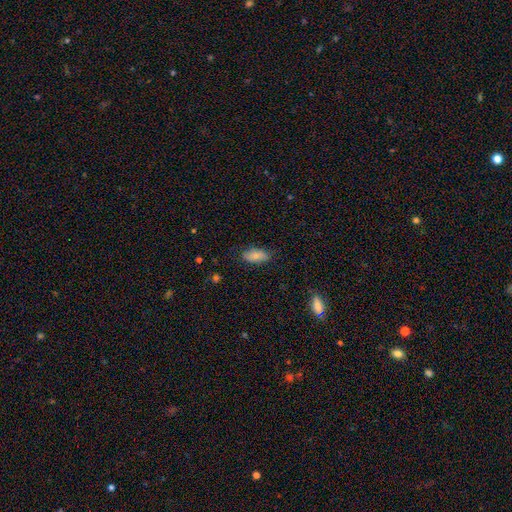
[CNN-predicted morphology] Overall: smooth (78%). How rounded: in between (91%). Merging: none (79%).